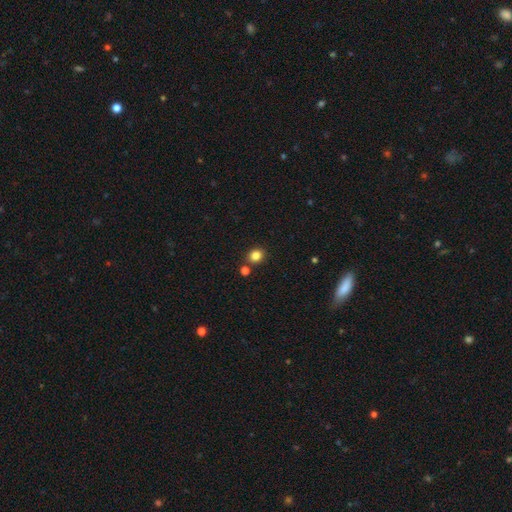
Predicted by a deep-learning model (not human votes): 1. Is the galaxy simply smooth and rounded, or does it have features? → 84% smooth, 12% star or artifact, 5% featured or disk.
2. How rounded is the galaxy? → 72% round, 27% in between, 1% cigar-shaped.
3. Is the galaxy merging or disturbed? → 81% none, 9% merger, 8% minor disturbance, 2% major disturbance.